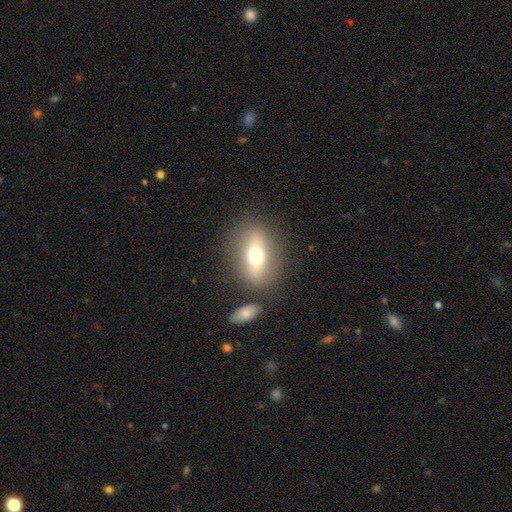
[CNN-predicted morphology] smooth_or_featured: smooth (p=0.58) [alt: featured or disk p=0.33]
how_rounded: in between (p=0.72) [alt: round p=0.18]
merging: none (p=0.76) [alt: minor disturbance p=0.11]